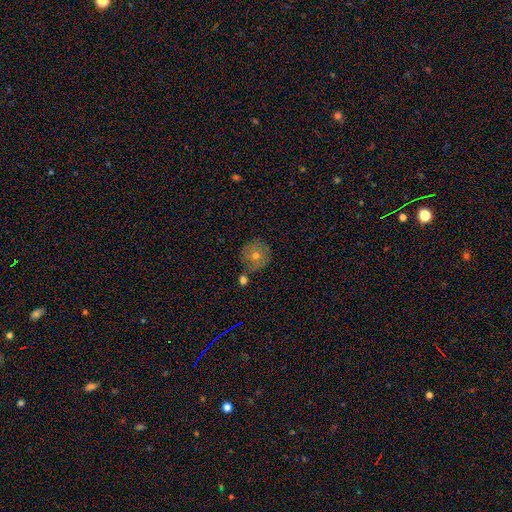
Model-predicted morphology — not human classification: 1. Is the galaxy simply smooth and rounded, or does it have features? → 57% smooth, 29% featured or disk, 14% star or artifact.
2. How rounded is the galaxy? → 93% round, 6% in between, 1% cigar-shaped.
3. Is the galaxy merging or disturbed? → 76% none, 13% minor disturbance, 8% merger, 3% major disturbance.